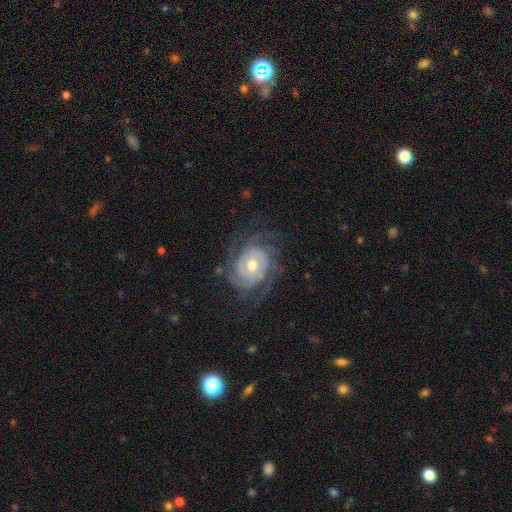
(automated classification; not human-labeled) Morphology: type=featured or disk (89%); edge-on=no (97%); bar=no (65%); spiral arms=yes (97%); winding=tight (70%); arm count=3 (27%); bulge=moderate (68%); merging=none (73%).